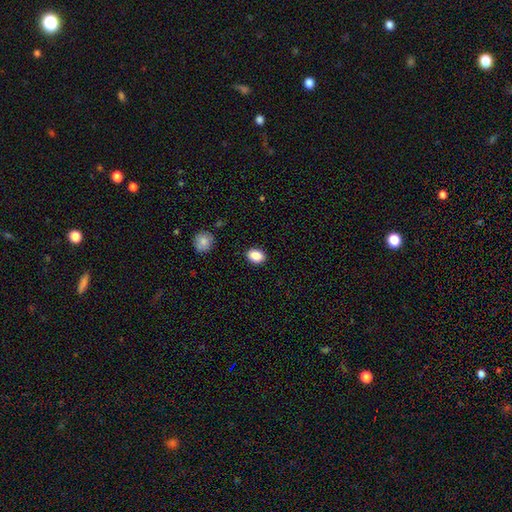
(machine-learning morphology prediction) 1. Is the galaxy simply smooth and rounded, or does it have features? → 88% smooth, 8% star or artifact, 4% featured or disk.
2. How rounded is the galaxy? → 71% in between, 28% round, 1% cigar-shaped.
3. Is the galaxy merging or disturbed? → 89% none, 8% minor disturbance, 2% major disturbance, 1% merger.